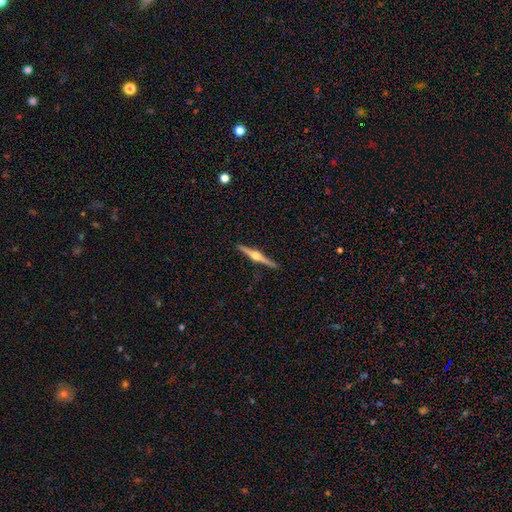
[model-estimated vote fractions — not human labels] A featured or disk galaxy (81%) viewed edge-on (99%) with a rounded central bulge (95%). Merging: none (91%).